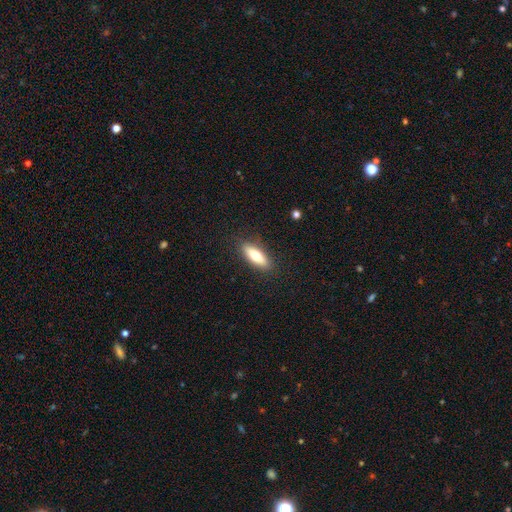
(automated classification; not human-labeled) Smooth or featured? smooth (68%)
How rounded? in between (57%)
Merging? none (87%)